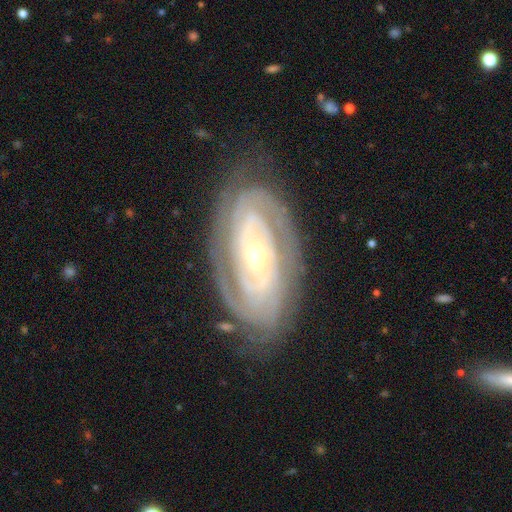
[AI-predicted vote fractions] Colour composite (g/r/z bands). It shows a featured or disk galaxy (88%) with no bar (59%), 2 (35%) tight (80%) spiral arms (95%) and a small central bulge (51%). Merging: none (80%).